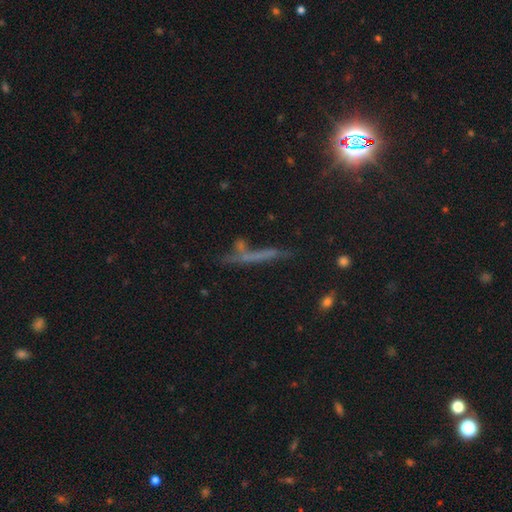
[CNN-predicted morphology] Q: Smooth or featured?
A: smooth (36%); runner-up: featured or disk (34%)
Q: Merging?
A: none (58%); runner-up: minor disturbance (18%)